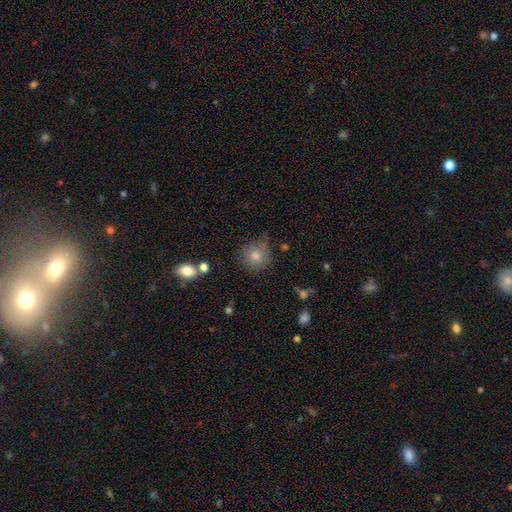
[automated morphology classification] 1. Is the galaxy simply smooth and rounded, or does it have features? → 77% smooth, 13% star or artifact, 11% featured or disk.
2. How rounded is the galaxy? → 90% round, 9% in between, 1% cigar-shaped.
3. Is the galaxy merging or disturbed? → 75% none, 17% minor disturbance, 4% major disturbance, 3% merger.